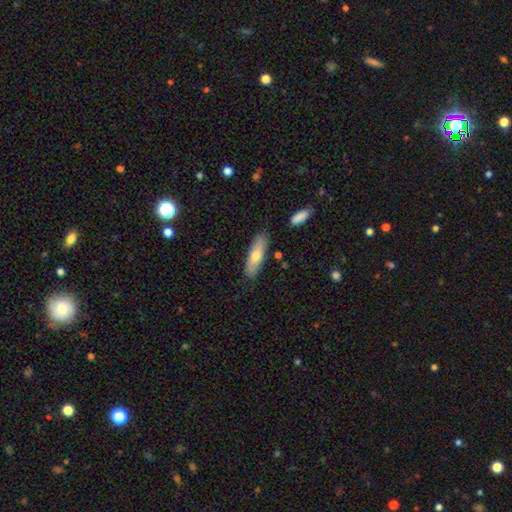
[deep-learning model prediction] smooth-or-featured: smooth: 68% | featured or disk: 26% | star or artifact: 6%
  how-rounded: cigar-shaped: 52% | in between: 46% | round: 2%
  merging: none: 81% | minor disturbance: 14% | merger: 3% | major disturbance: 3%